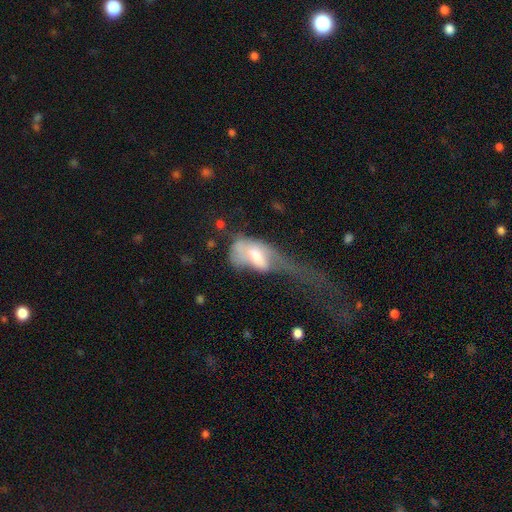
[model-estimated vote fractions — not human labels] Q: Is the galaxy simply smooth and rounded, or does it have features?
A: smooth — 52%.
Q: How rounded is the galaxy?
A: in between — 87%.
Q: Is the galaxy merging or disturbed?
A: major disturbance — 68%.